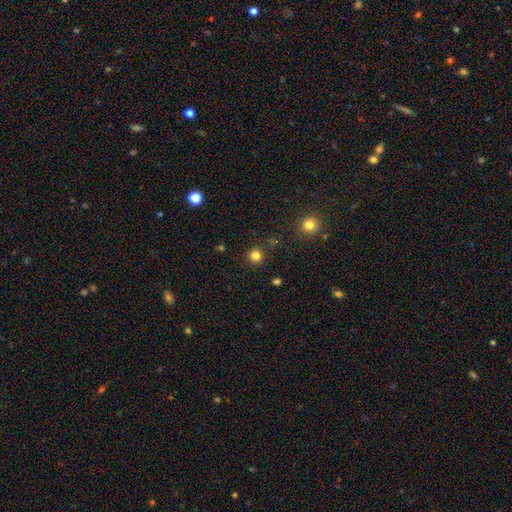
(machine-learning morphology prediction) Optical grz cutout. It shows a smooth galaxy with no disk features (82%) that is round (94%). Merging: none (90%).